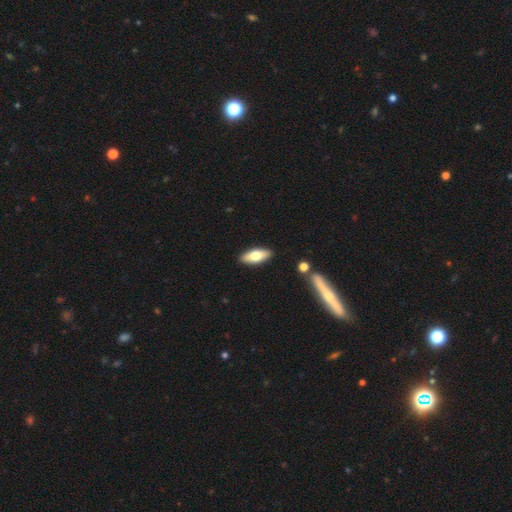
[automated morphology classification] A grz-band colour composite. It shows a smooth galaxy with no disk features (65%) that is in between round and cigar-shaped (72%). Merging: none (88%).